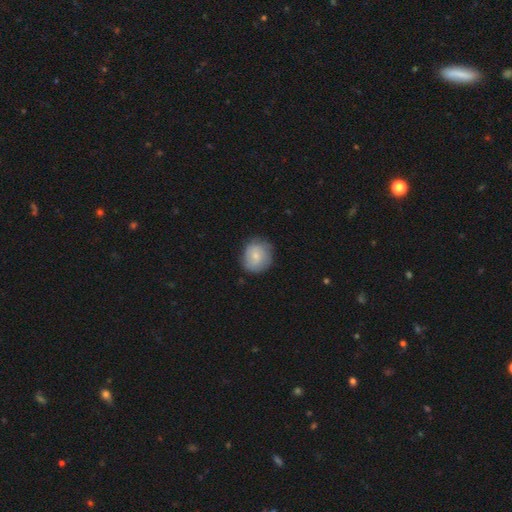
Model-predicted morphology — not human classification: Smooth or featured?
  - smooth: 74% *
  - featured or disk: 19%
  - star or artifact: 7%
How rounded?
  - round: 79% *
  - in between: 20%
  - cigar-shaped: 1%
Merging?
  - none: 77% *
  - minor disturbance: 18%
  - major disturbance: 4%
  - merger: 1%